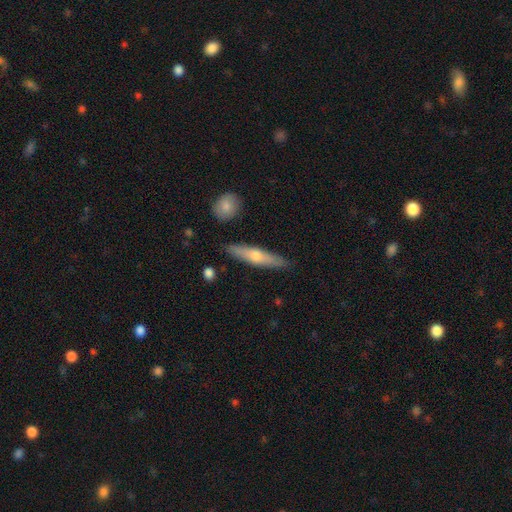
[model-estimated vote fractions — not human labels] smooth-or-featured: smooth: 51% | featured or disk: 43% | star or artifact: 6%
  how-rounded: cigar-shaped: 82% | in between: 16% | round: 2%
  merging: none: 87% | minor disturbance: 9% | merger: 2% | major disturbance: 2%